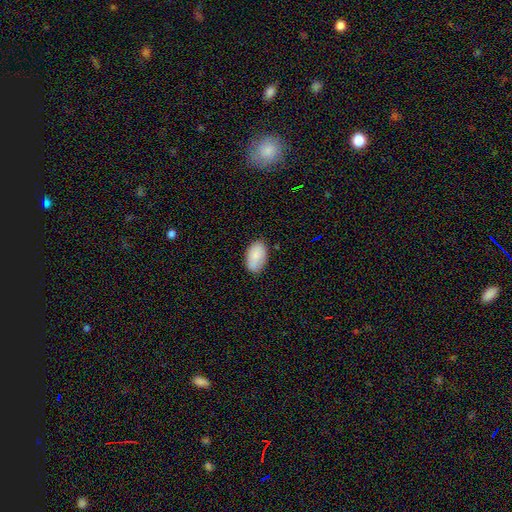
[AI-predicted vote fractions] Smooth or featured? Predicted: smooth (p=0.85). How rounded? Predicted: in between (p=0.94). Merging? Predicted: none (p=0.80).